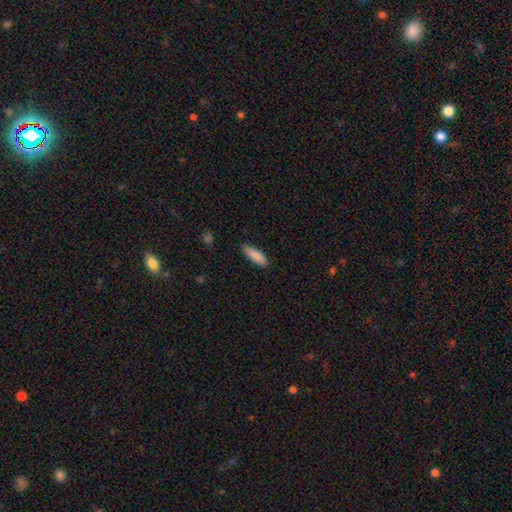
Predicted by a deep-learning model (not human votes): Smooth or featured? smooth (88%)
How rounded? in between (51%)
Merging? none (86%)